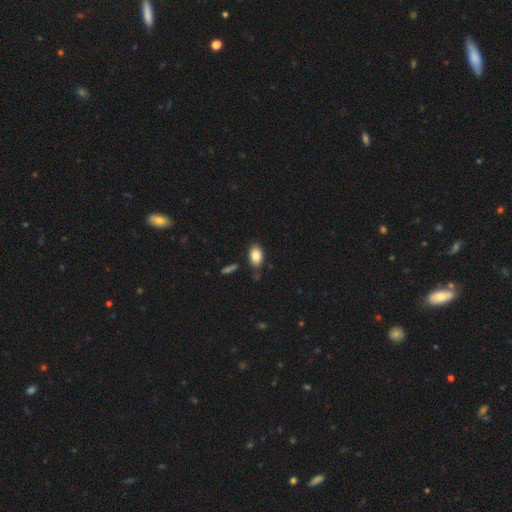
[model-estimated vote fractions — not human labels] The model was most divided on "merging": none: 79%, minor disturbance: 13%, merger: 4%, major disturbance: 3%. More confident: how rounded — in between (90%); smooth or featured — smooth (85%).